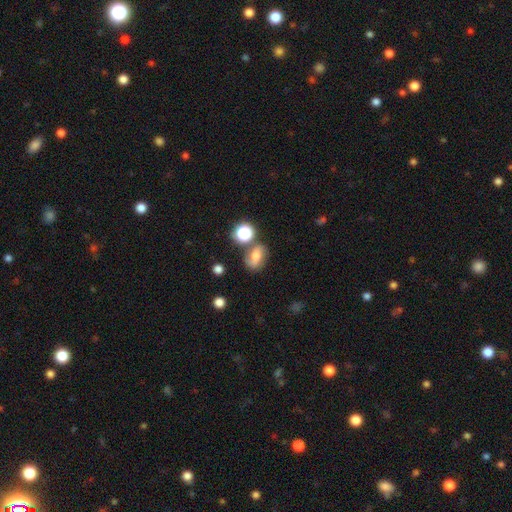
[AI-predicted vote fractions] Smooth or featured? Predicted: smooth (p=0.55). How rounded? Predicted: in between (p=0.62). Merging? Predicted: none (p=0.59).